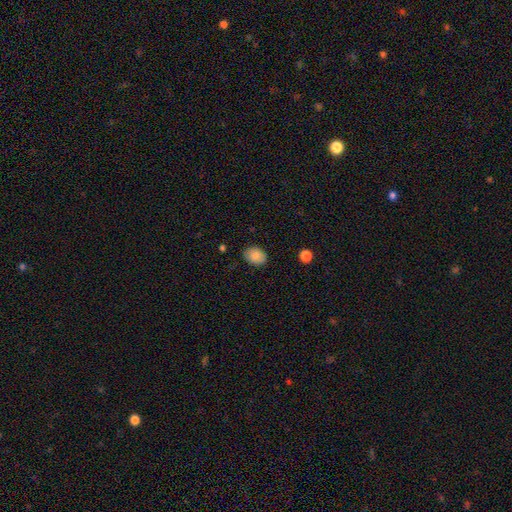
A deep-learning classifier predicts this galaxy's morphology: A smooth galaxy with no disk features (87%) that is in between round and cigar-shaped (62%). Merging: none (84%).